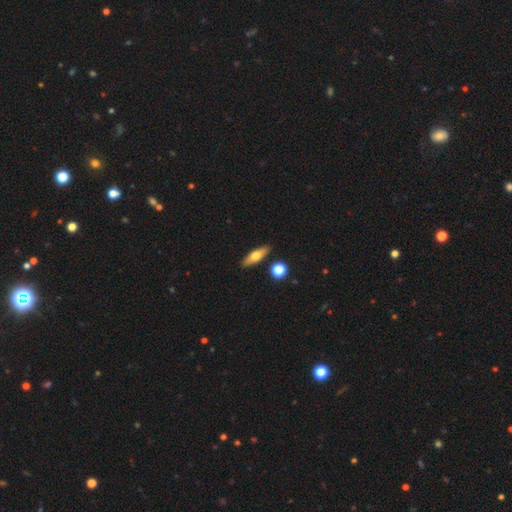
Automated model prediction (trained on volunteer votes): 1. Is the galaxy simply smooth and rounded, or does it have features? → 53% smooth, 40% featured or disk, 7% star or artifact.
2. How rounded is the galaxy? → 50% cigar-shaped, 45% in between, 5% round.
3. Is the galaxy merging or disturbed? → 86% none, 8% minor disturbance, 4% merger, 2% major disturbance.